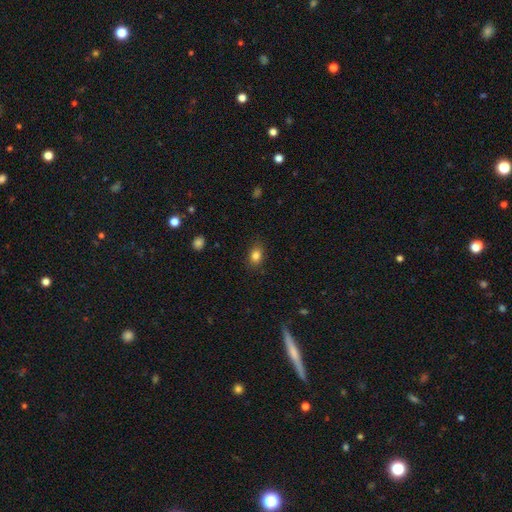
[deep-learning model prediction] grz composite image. It shows a smooth galaxy with no disk features (83%) that is in between round and cigar-shaped (62%). Merging: none (84%).